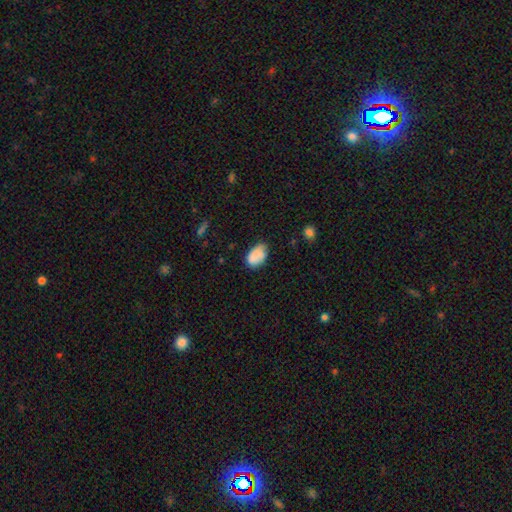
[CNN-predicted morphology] A smooth galaxy with no disk features (84%) that is in between round and cigar-shaped (90%).

Vote fractions:
- Smooth or featured? smooth: 84% / featured or disk: 9% / star or artifact: 8%
- How rounded? in between: 90% / round: 8% / cigar-shaped: 1%
- Merging? none: 58% / minor disturbance: 33% / major disturbance: 7% / merger: 2%